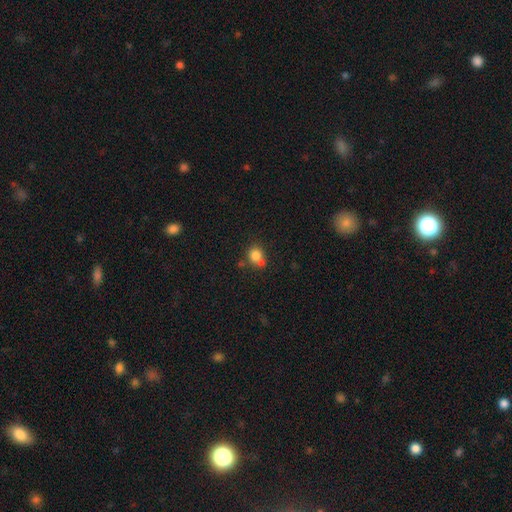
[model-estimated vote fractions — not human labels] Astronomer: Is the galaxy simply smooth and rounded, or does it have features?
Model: smooth — 79%.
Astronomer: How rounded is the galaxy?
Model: round — 74%.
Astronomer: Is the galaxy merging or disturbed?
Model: none — 50% (runner-up: merger, 27%).